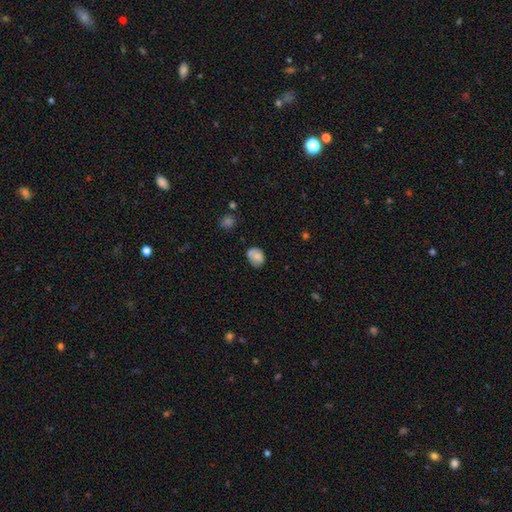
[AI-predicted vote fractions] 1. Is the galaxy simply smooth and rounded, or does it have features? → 76% smooth, 14% featured or disk, 9% star or artifact.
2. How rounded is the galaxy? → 52% in between, 47% round, 1% cigar-shaped.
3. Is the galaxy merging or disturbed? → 61% none, 26% minor disturbance, 7% major disturbance, 6% merger.